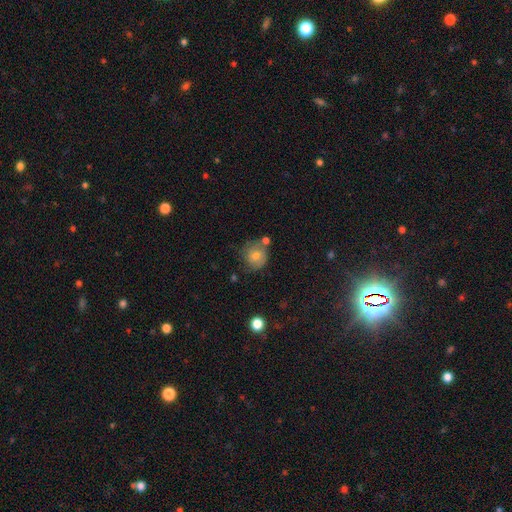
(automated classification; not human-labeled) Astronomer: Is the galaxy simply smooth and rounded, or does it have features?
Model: smooth — 69%.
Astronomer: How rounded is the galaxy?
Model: round — 85%.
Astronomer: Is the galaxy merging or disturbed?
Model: none — 59%.